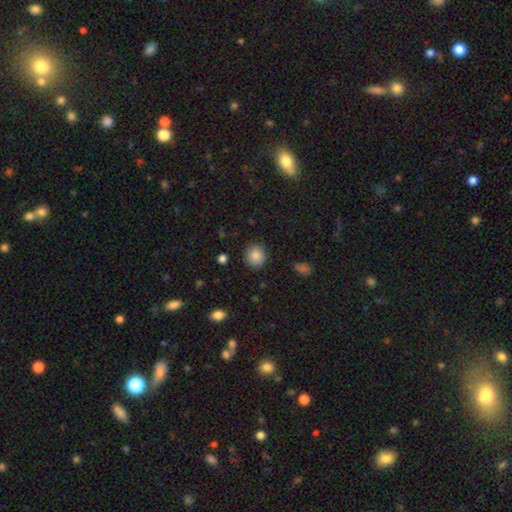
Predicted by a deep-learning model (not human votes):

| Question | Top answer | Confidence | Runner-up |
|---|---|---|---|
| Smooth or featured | smooth | 87% | star or artifact (9%) |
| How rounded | round | 82% | in between (17%) |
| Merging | none | 87% | minor disturbance (9%) |